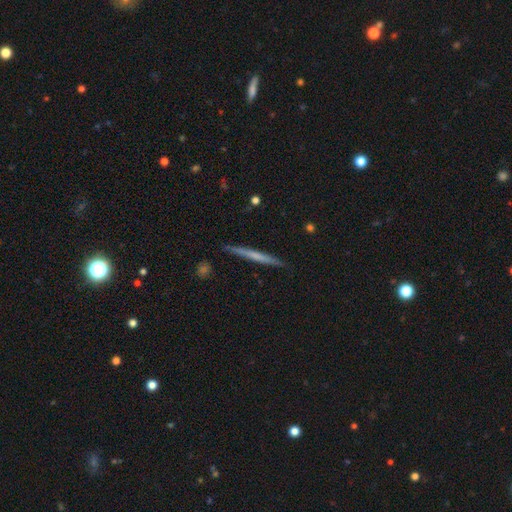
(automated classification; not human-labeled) smooth_or_featured: smooth (p=0.49) [alt: featured or disk p=0.45]
merging: none (p=0.89) [alt: minor disturbance p=0.08]